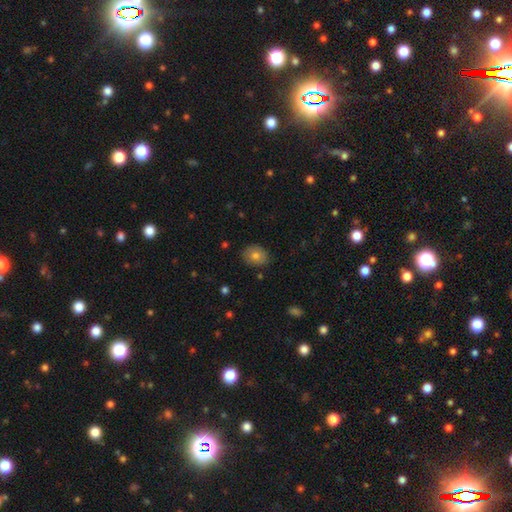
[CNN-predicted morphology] Smooth or featured? Predicted: smooth (p=0.73). How rounded? Predicted: in between (p=0.51). Merging? Predicted: none (p=0.83).